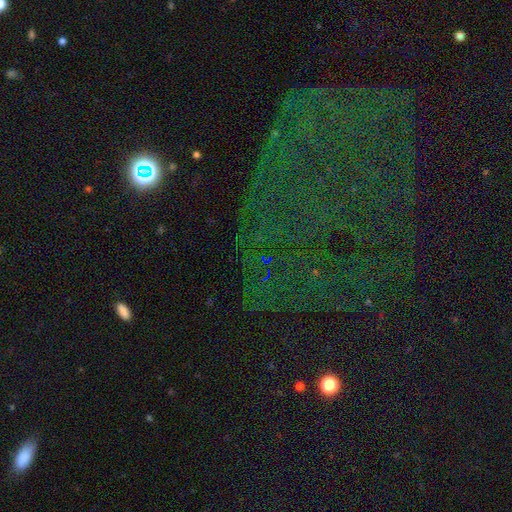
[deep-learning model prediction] Overall: star or artifact (75%).